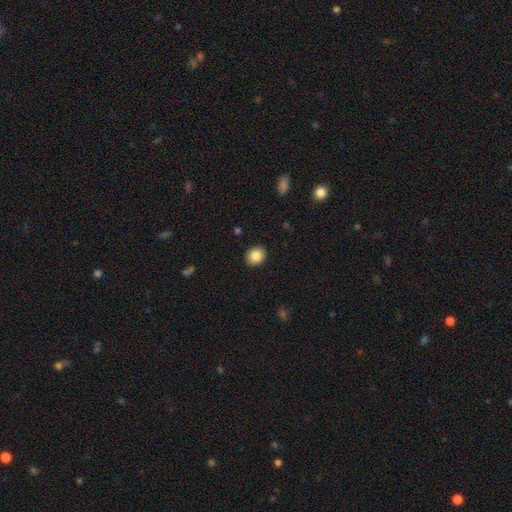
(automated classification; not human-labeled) Smooth or featured: smooth — 85% (star or artifact — 9%)
How rounded: round — 73% (in between — 26%)
Merging: none — 91% (minor disturbance — 6%)